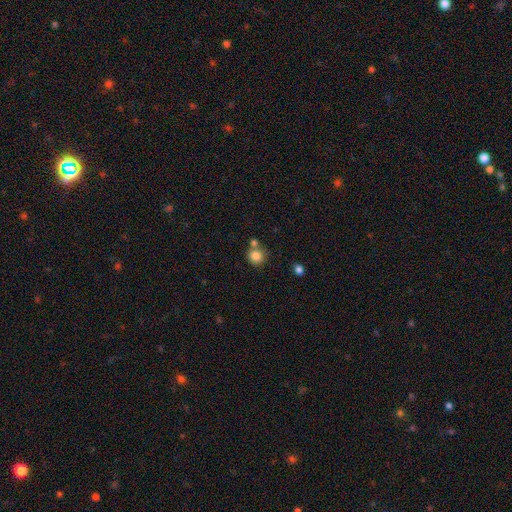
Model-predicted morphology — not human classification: A smooth galaxy with no disk features (83%) that is round (90%).

Vote fractions:
- Smooth or featured? smooth: 83% / star or artifact: 10% / featured or disk: 6%
- How rounded? round: 90% / in between: 9% / cigar-shaped: 1%
- Merging? none: 62% / merger: 23% / minor disturbance: 11% / major disturbance: 4%